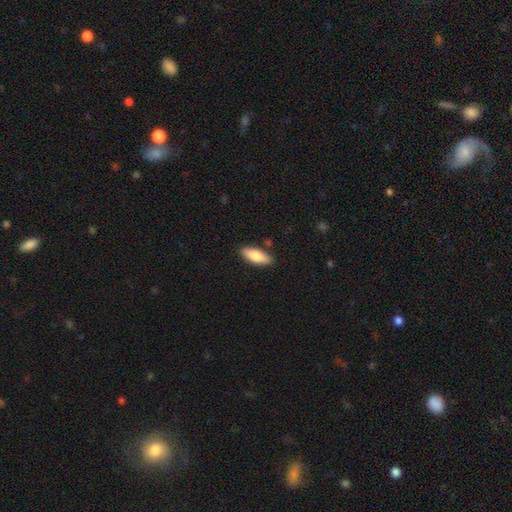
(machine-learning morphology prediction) A smooth galaxy with no disk features (78%) that is in between round and cigar-shaped (69%).

Vote fractions:
- Smooth or featured? smooth: 78% / featured or disk: 16% / star or artifact: 6%
- How rounded? in between: 69% / cigar-shaped: 29% / round: 2%
- Merging? none: 86% / minor disturbance: 10% / merger: 2% / major disturbance: 2%